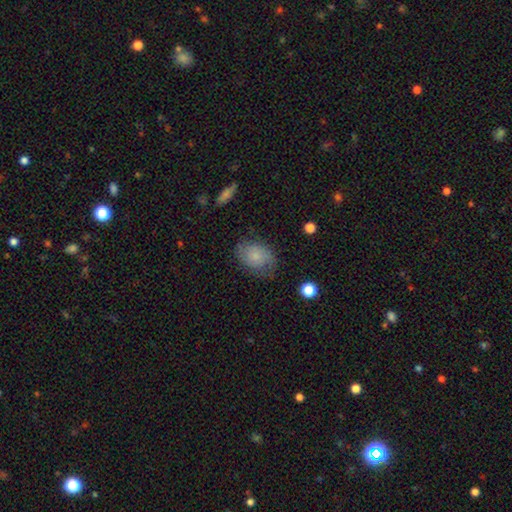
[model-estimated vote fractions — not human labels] This is likely a smooth galaxy (64%). How rounded: likely in between (72%). Merging: likely none (68%).